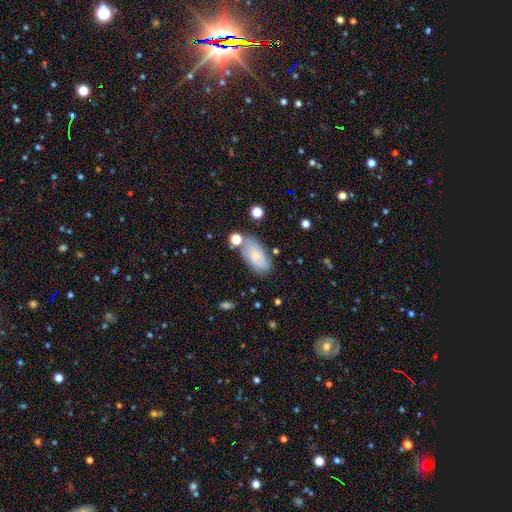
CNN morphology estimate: type=smooth (67%); roundness=in between (92%); merging=none (64%).